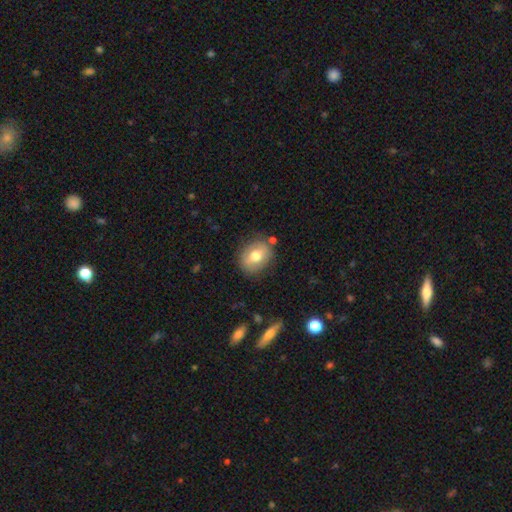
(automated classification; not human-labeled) Q: Smooth or featured?
A: smooth (68%); runner-up: featured or disk (24%)
Q: How rounded?
A: in between (53%); runner-up: round (46%)
Q: Merging?
A: none (80%); runner-up: minor disturbance (13%)